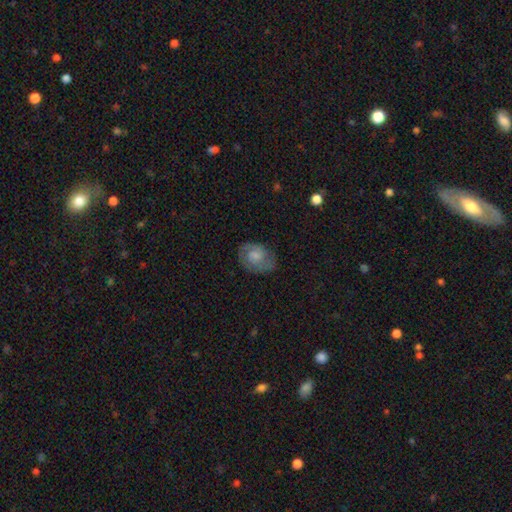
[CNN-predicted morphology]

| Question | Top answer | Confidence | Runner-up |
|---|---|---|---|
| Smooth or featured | featured or disk | 54% | smooth (38%) |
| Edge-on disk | no | 97% | yes (3%) |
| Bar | no | 57% | weak (38%) |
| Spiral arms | yes | 85% | no (15%) |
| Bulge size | moderate | 32% | none (26%) |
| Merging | none | 75% | minor disturbance (18%) |